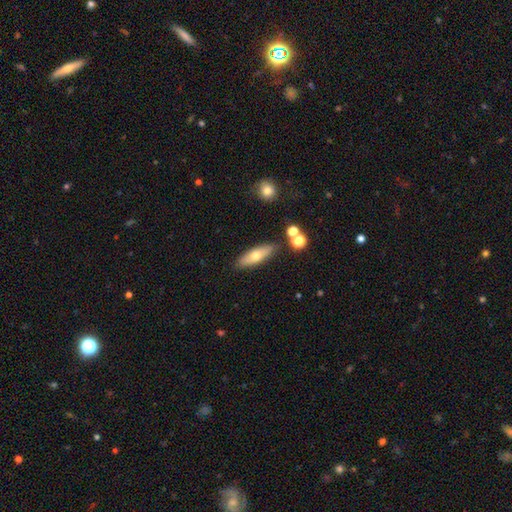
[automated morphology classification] A smooth galaxy with no disk features (63%) that is in between round and cigar-shaped (53%).

Vote fractions:
- Smooth or featured? smooth: 63% / featured or disk: 30% / star or artifact: 7%
- How rounded? in between: 53% / cigar-shaped: 44% / round: 3%
- Merging? none: 83% / minor disturbance: 11% / merger: 4% / major disturbance: 3%